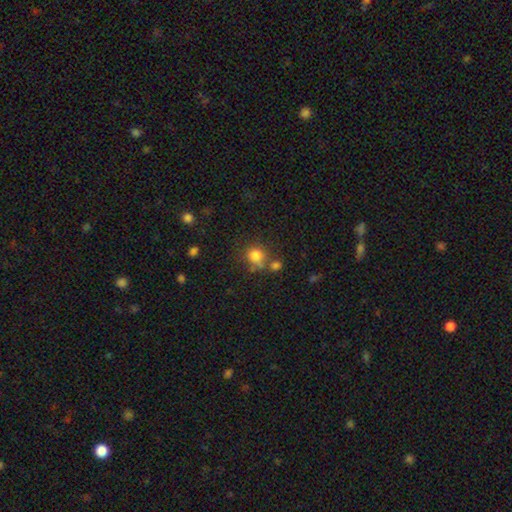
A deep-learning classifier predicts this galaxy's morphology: Smooth or featured: smooth — 80% (star or artifact — 12%)
How rounded: round — 78% (in between — 21%)
Merging: none — 56% (merger — 20%)